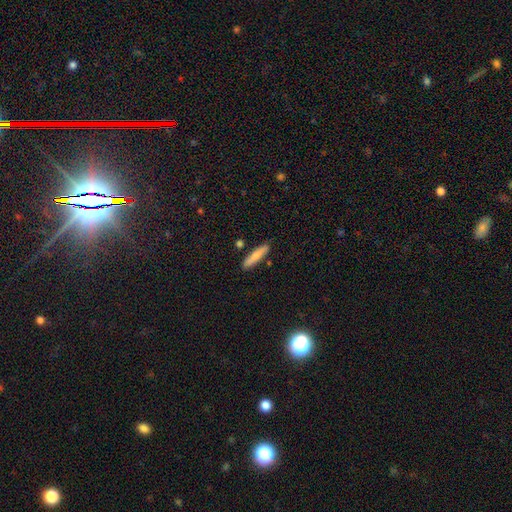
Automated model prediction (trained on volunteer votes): Morphology: type=smooth (75%); roundness=cigar-shaped (86%); merging=none (85%).